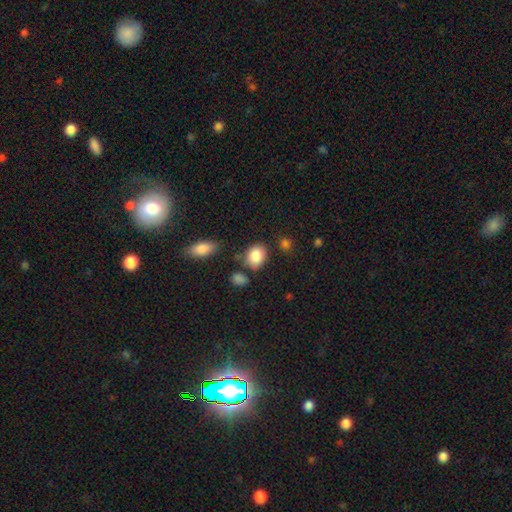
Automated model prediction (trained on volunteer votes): This appears to be a smooth galaxy with no disk features (86%) that is in between round and cigar-shaped (66%). Merging: none (68%).